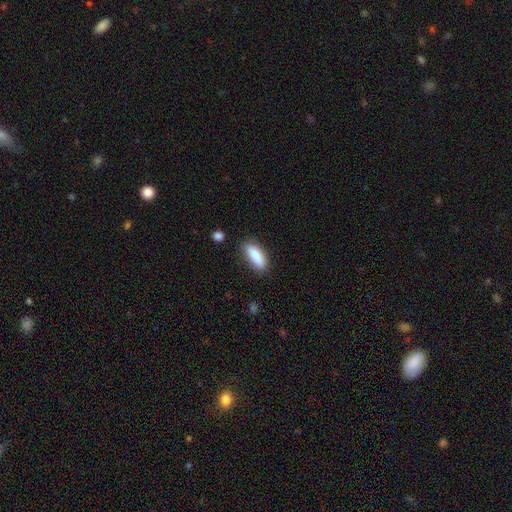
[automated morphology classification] A smooth galaxy with no disk features (85%) that is in between round and cigar-shaped (69%).

Vote fractions:
- Smooth or featured? smooth: 85% / featured or disk: 8% / star or artifact: 6%
- How rounded? in between: 69% / cigar-shaped: 29% / round: 2%
- Merging? none: 81% / minor disturbance: 13% / major disturbance: 3% / merger: 2%